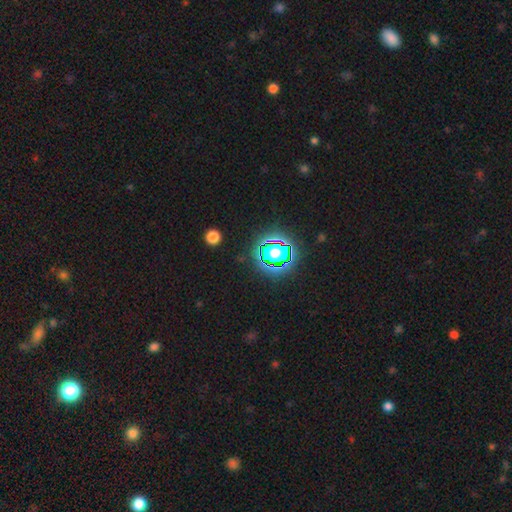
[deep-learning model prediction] A star or artifact, not a galaxy (80%).